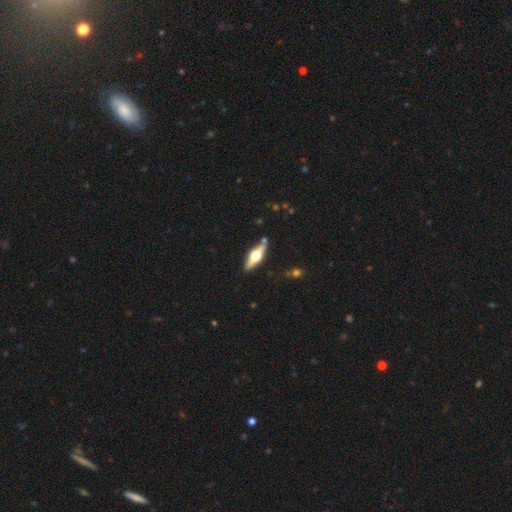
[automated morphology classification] This is likely a featured or disk galaxy (66%). It is clearly viewed edge-on (94%). Edge-on bulge: clearly rounded (95%). Merging: clearly none (85%).